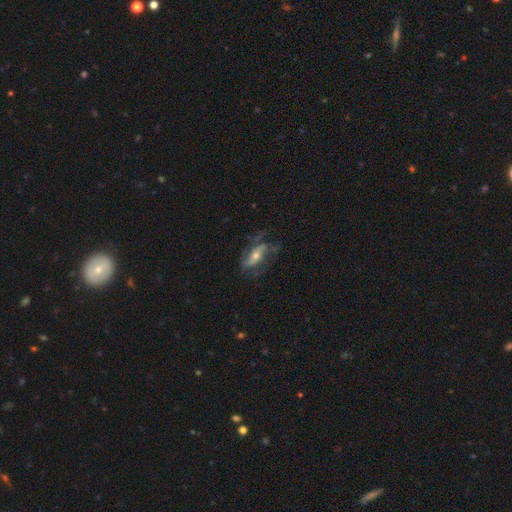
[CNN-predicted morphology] This is likely a featured or disk galaxy (73%). It is clearly not viewed edge-on (86%). Bar: possibly no (52%). Spiral arm pattern: clearly yes (83%). Spiral arm count: likely 2 (60%). Spiral winding: marginally loose (42%). Central bulge: possibly small (48%). Merging: possibly none (54%).